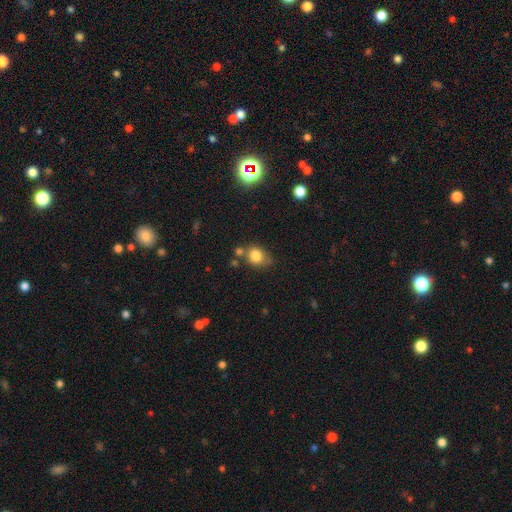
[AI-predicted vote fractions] This appears to be a smooth galaxy with no disk features (80%) that is round (69%). Merging: none (56%).